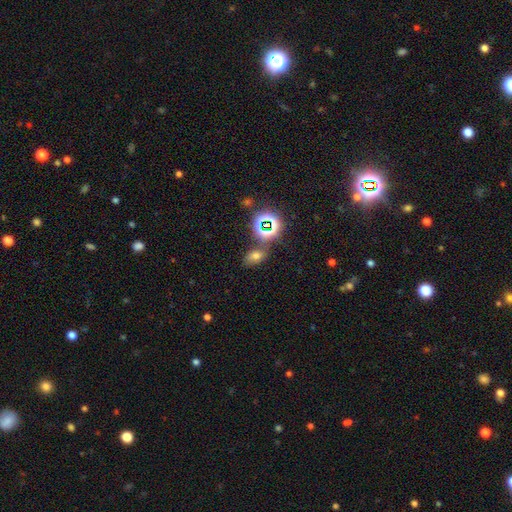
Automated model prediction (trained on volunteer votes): Smooth or featured?
  - smooth: 56% *
  - star or artifact: 32%
  - featured or disk: 12%
How rounded?
  - in between: 79% *
  - round: 18%
  - cigar-shaped: 2%
Merging?
  - none: 66% *
  - merger: 14%
  - minor disturbance: 14%
  - major disturbance: 6%